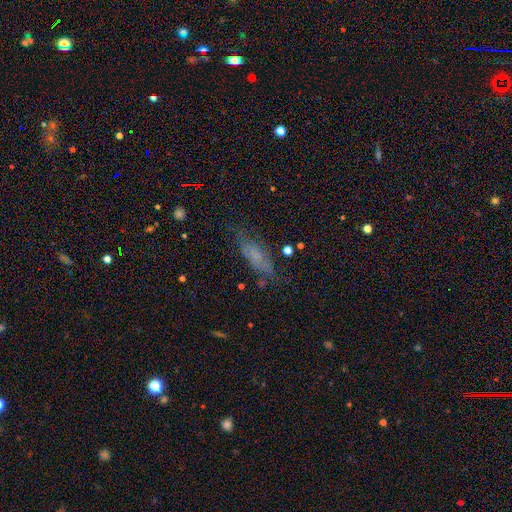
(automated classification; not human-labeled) Smooth or featured: smooth — 53% (featured or disk — 30%)
How rounded: in between — 58% (cigar-shaped — 39%)
Merging: none — 63% (minor disturbance — 23%)